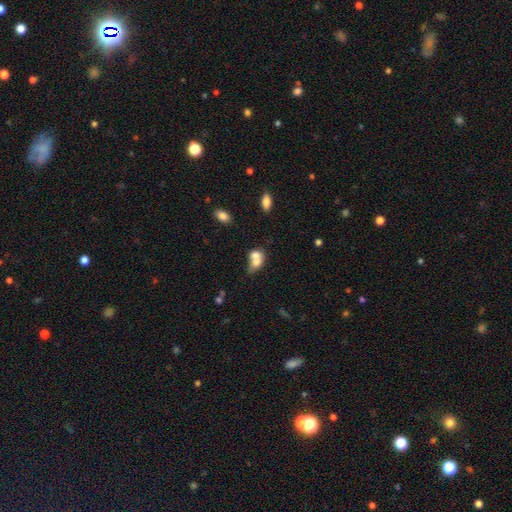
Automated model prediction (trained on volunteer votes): This is likely a smooth galaxy (68%). How rounded: likely in between (64%). Merging: likely merger (68%).